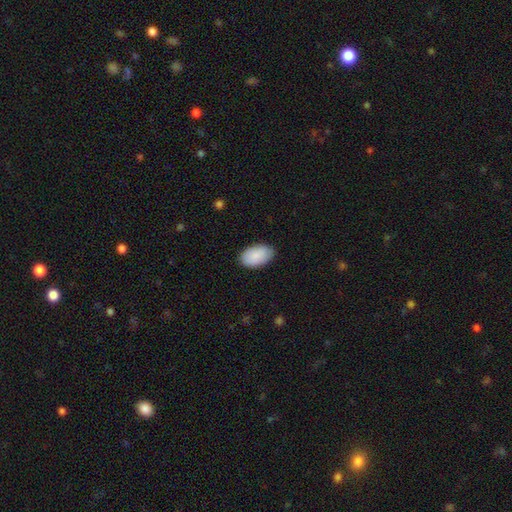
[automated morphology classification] The model was most divided on "merging": none: 86%, minor disturbance: 11%, major disturbance: 2%, merger: 1%. More confident: how rounded — in between (95%); smooth or featured — smooth (90%).